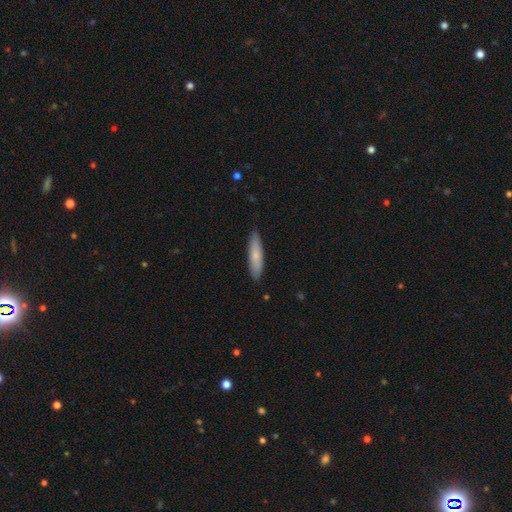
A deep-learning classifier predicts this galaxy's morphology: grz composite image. It shows a smooth galaxy with no disk features (71%) that is cigar-shaped (77%). Merging: none (86%).